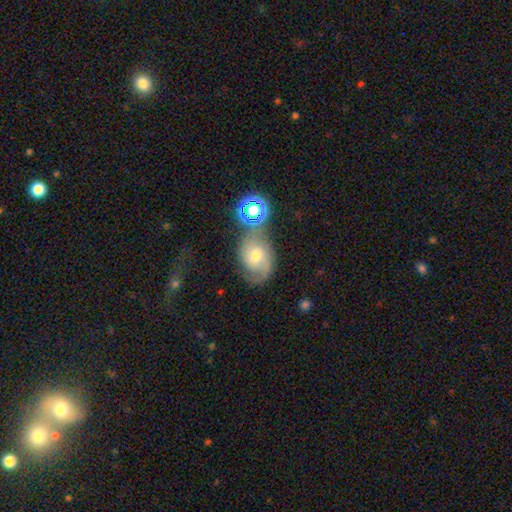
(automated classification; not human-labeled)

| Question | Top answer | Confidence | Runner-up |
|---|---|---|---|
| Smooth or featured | featured or disk | 52% | smooth (33%) |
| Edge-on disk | no | 95% | yes (5%) |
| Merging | none | 45% | minor disturbance (22%) |